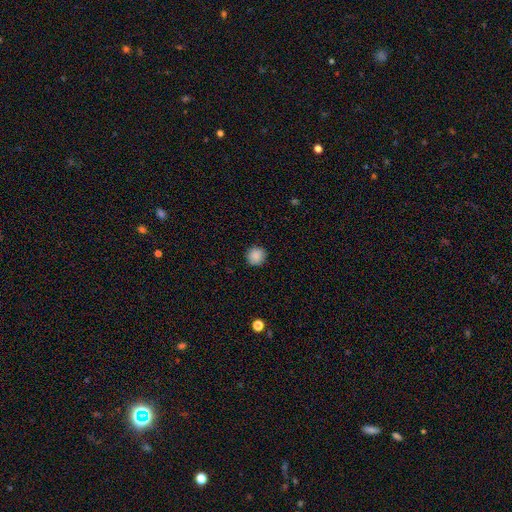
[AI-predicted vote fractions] smooth-or-featured: smooth: 88% | star or artifact: 9% | featured or disk: 3%
  how-rounded: round: 93% | in between: 6% | cigar-shaped: 1%
  merging: none: 90% | minor disturbance: 7% | major disturbance: 2% | merger: 1%